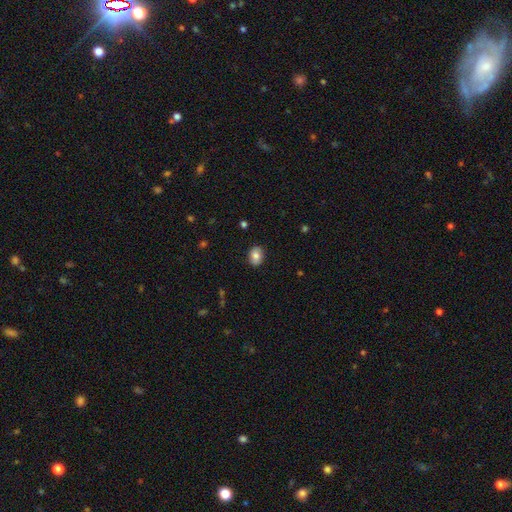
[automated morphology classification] Q: Smooth or featured?
A: smooth (79%); runner-up: featured or disk (13%)
Q: How rounded?
A: in between (62%); runner-up: round (37%)
Q: Merging?
A: none (87%); runner-up: minor disturbance (10%)